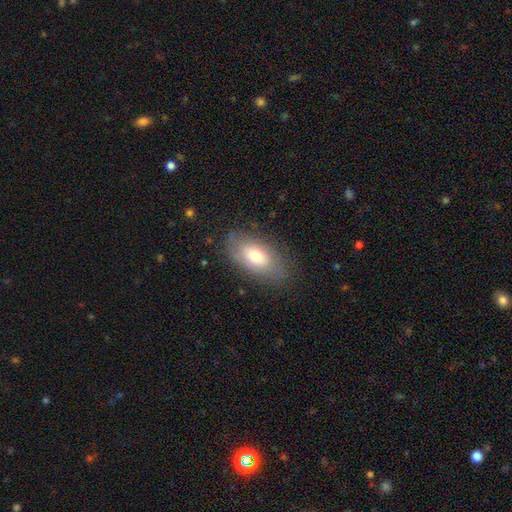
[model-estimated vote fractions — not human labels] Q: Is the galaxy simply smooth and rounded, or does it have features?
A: smooth — 62%.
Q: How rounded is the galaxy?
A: in between — 92%.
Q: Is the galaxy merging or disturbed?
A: none — 78%.